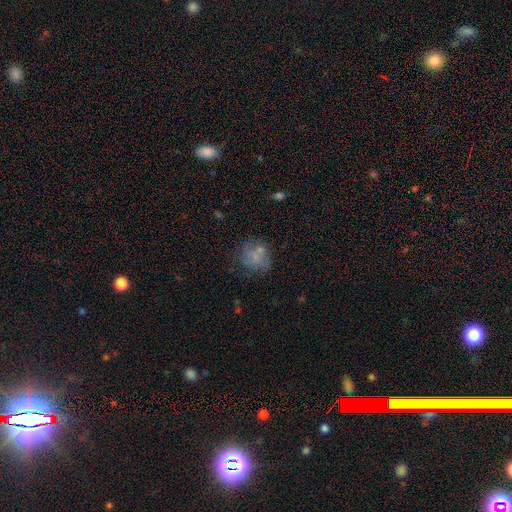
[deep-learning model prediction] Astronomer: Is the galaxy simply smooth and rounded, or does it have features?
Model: smooth — 51% (runner-up: featured or disk, 35%).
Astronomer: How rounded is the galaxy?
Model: round — 72%.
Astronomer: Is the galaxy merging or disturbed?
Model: none — 53%.